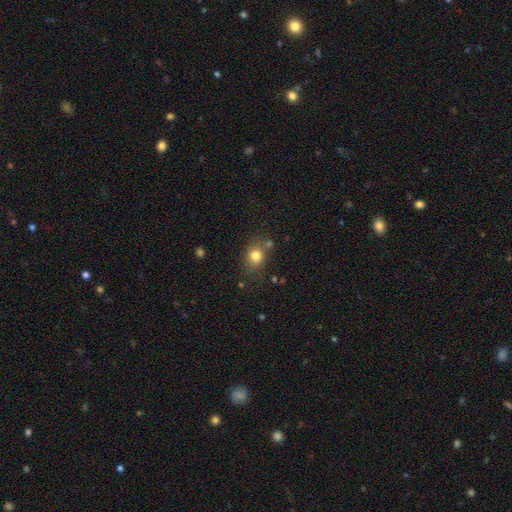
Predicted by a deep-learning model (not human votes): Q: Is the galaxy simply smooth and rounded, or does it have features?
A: smooth — 80%.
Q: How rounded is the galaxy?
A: round — 61%.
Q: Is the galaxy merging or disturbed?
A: none — 69%.